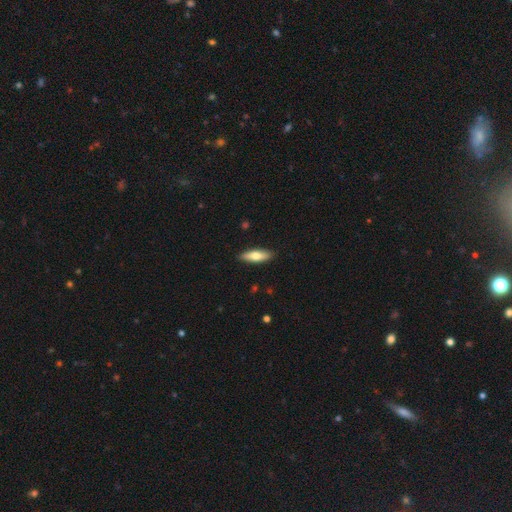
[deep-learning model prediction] Q: Smooth or featured?
A: smooth (70%); runner-up: featured or disk (25%)
Q: How rounded?
A: in between (51%); runner-up: cigar-shaped (47%)
Q: Merging?
A: none (88%); runner-up: minor disturbance (9%)